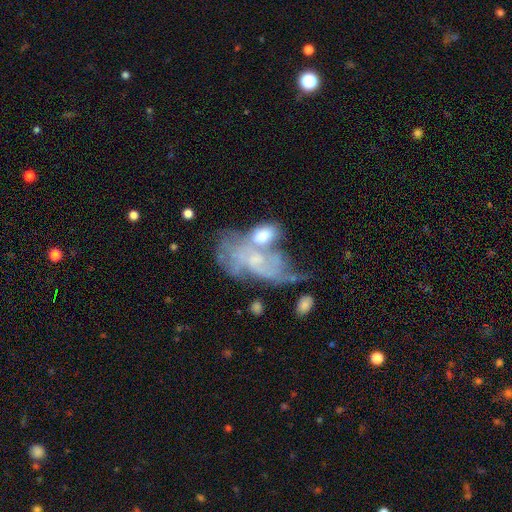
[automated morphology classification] smooth-or-featured: featured or disk: 66% | smooth: 25% | star or artifact: 10%
  disk-edge-on: no: 96% | yes: 4%
    bar: no: 75% | weak: 21% | strong: 5%
    has-spiral-arms: yes: 60% | no: 40%
    bulge-size: small: 46% | moderate: 26% | none: 22% | large: 4% | dominant: 2%
  merging: merger: 45% | major disturbance: 21% | none: 20% | minor disturbance: 14%